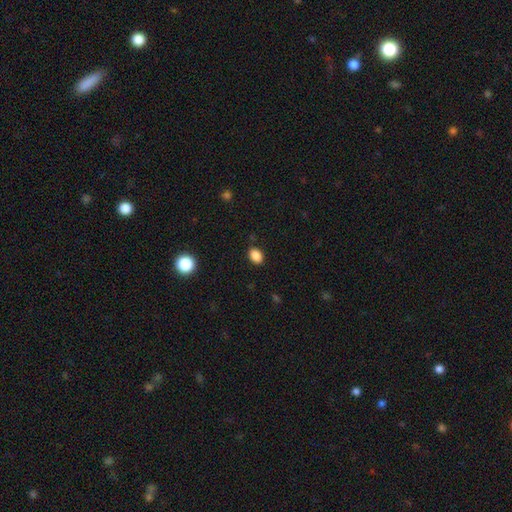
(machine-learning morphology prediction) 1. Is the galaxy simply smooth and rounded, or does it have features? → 86% smooth, 10% star or artifact, 4% featured or disk.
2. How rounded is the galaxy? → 71% in between, 28% round, 1% cigar-shaped.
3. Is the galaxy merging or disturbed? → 87% none, 9% minor disturbance, 2% major disturbance, 1% merger.